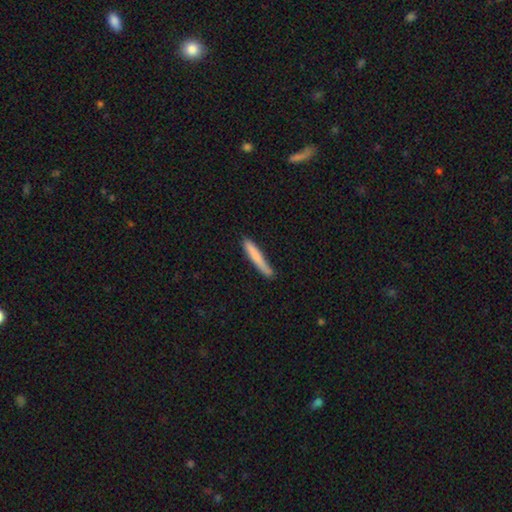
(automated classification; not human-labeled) Morphology: type=smooth (78%); roundness=cigar-shaped (95%); merging=none (76%).